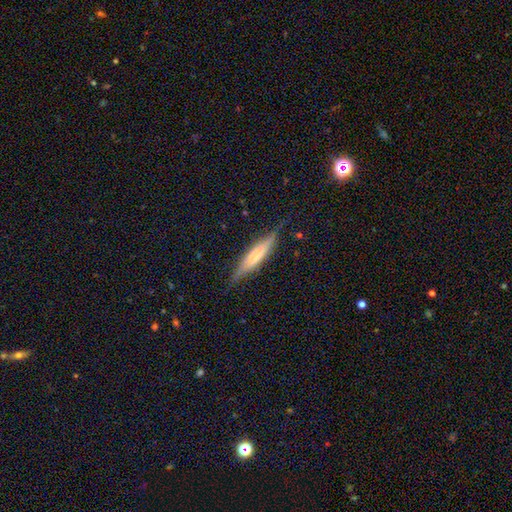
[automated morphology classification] Smooth or featured? Predicted: featured or disk (p=0.50). Edge-on disk? Predicted: yes (p=0.91). Merging? Predicted: none (p=0.78).